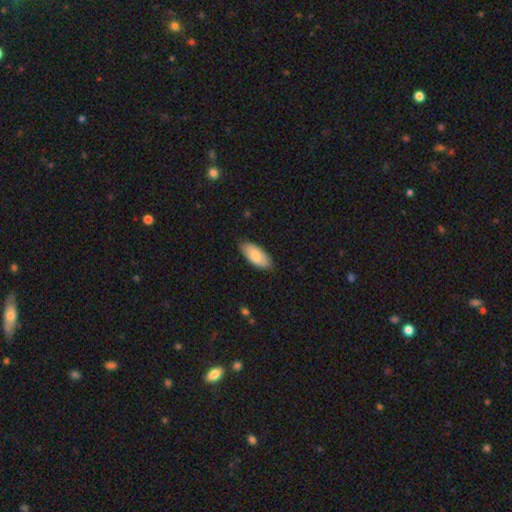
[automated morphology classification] Q: Smooth or featured?
A: smooth (79%); runner-up: featured or disk (15%)
Q: How rounded?
A: in between (89%); runner-up: cigar-shaped (9%)
Q: Merging?
A: none (83%); runner-up: minor disturbance (14%)